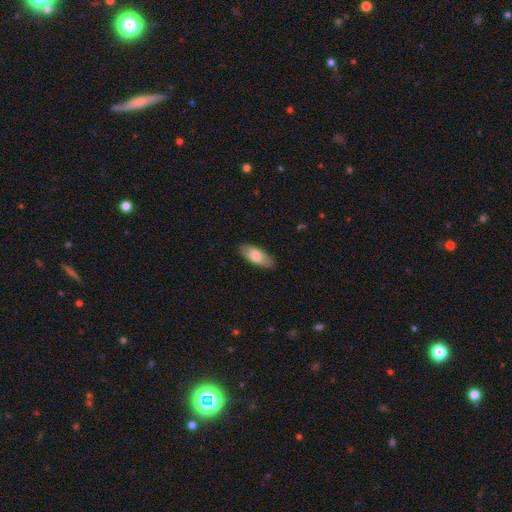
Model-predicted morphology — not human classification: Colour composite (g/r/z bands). It shows a smooth galaxy with no disk features (74%) that is in between round and cigar-shaped (84%). Merging: none (84%).